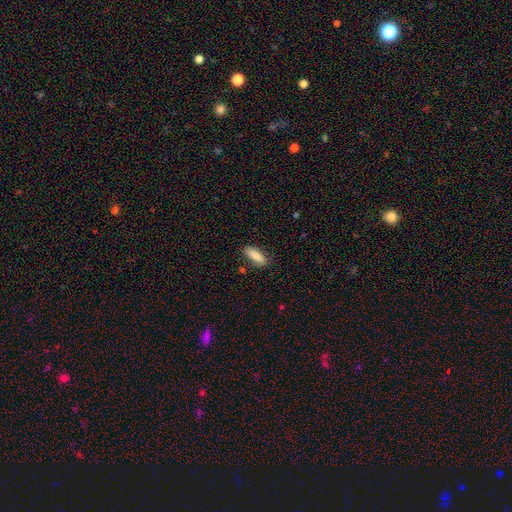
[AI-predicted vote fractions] This is clearly a smooth galaxy (83%). How rounded: likely in between (66%). Merging: clearly none (83%).